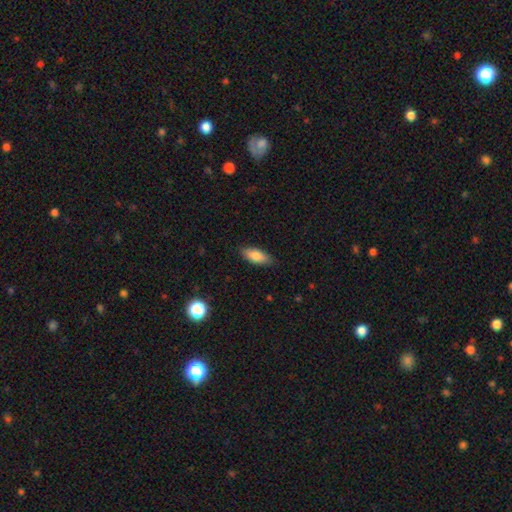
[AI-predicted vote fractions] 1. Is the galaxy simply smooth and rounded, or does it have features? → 83% smooth, 10% featured or disk, 7% star or artifact.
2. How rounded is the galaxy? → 77% in between, 21% cigar-shaped, 2% round.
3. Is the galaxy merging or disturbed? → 85% none, 12% minor disturbance, 2% major disturbance, 1% merger.